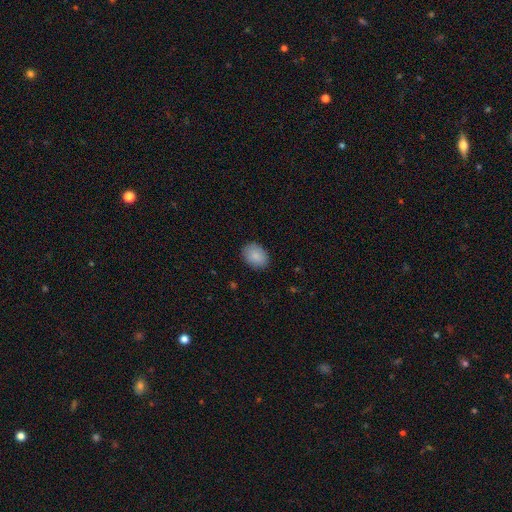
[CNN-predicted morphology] Q: Smooth or featured?
A: smooth (88%); runner-up: star or artifact (7%)
Q: How rounded?
A: in between (70%); runner-up: round (29%)
Q: Merging?
A: none (86%); runner-up: minor disturbance (10%)